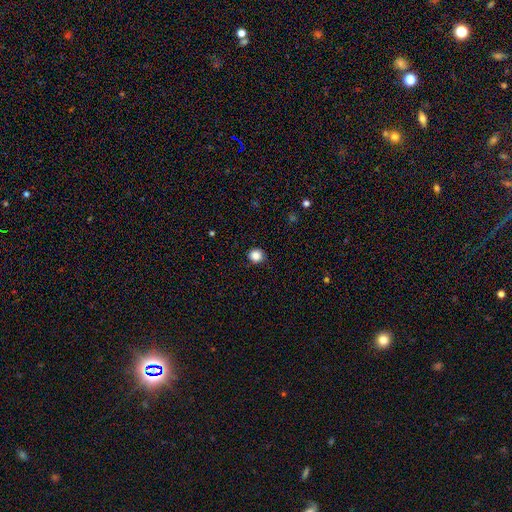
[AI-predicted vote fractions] Overall: smooth (86%). How rounded: round (93%). Merging: none (89%).